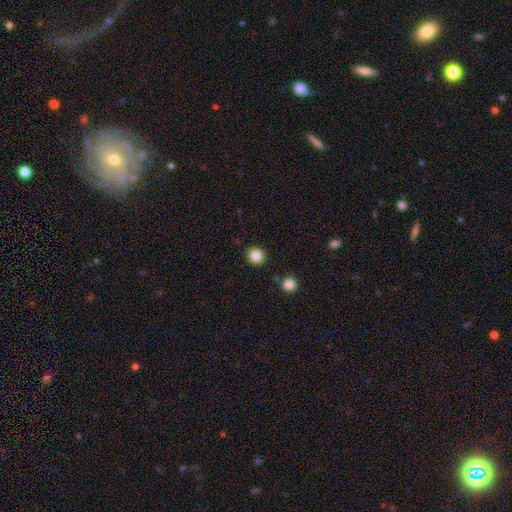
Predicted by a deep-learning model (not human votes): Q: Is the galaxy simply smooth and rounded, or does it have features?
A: smooth — 85%.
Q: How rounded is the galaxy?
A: round — 89%.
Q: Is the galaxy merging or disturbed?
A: none — 90%.